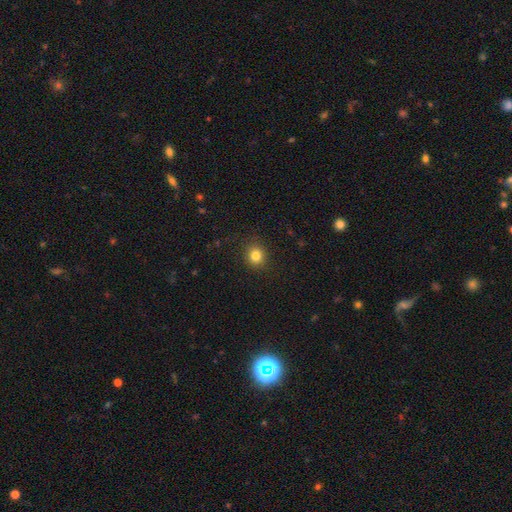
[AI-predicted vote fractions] This is clearly a smooth galaxy (82%). How rounded: clearly round (85%). Merging: clearly none (90%).